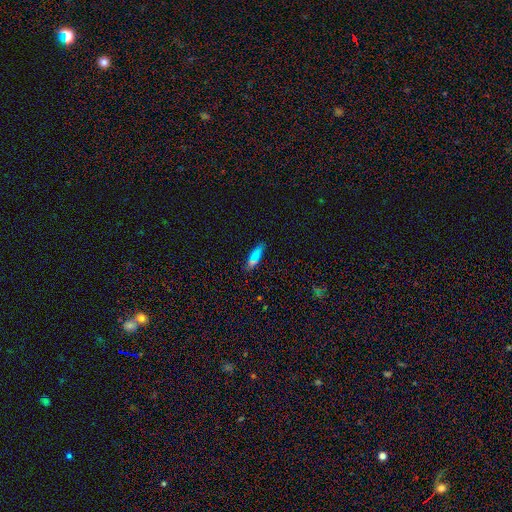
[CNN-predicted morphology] A smooth galaxy with no disk features (71%) that is cigar-shaped (52%). Merging: none (78%).